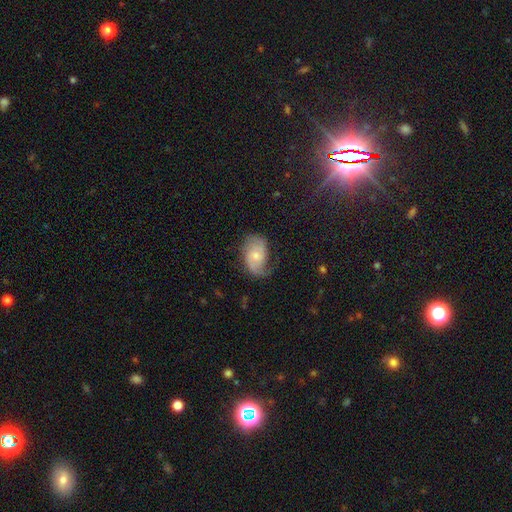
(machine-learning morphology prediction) Smooth or featured: featured or disk — 68% (smooth — 26%)
Edge-on disk: no — 97% (yes — 3%)
Bar: no — 62% (weak — 33%)
Spiral arms: yes — 92% (no — 8%)
Spiral winding: medium — 42% (loose — 36%)
Spiral arm count: 2 — 72% (1 — 11%)
Bulge size: small — 50% (moderate — 42%)
Merging: none — 57% (minor disturbance — 27%)